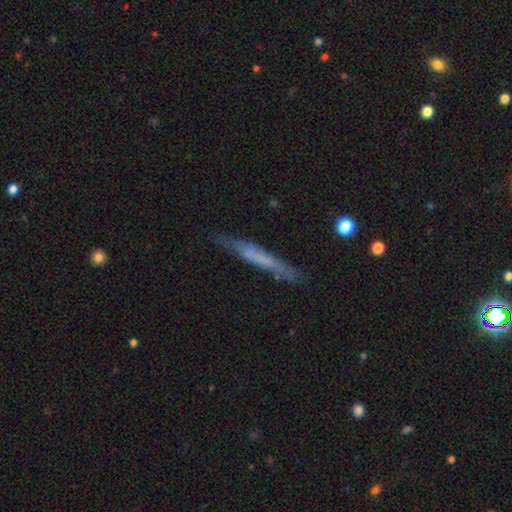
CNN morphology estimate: Overall: featured or disk (48%; smooth 44%). Merging: none (82%).